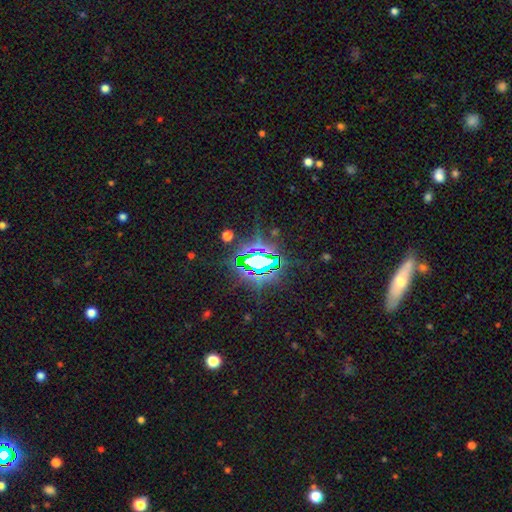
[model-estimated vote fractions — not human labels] smooth-or-featured: star or artifact: 80% | smooth: 10% | featured or disk: 9%